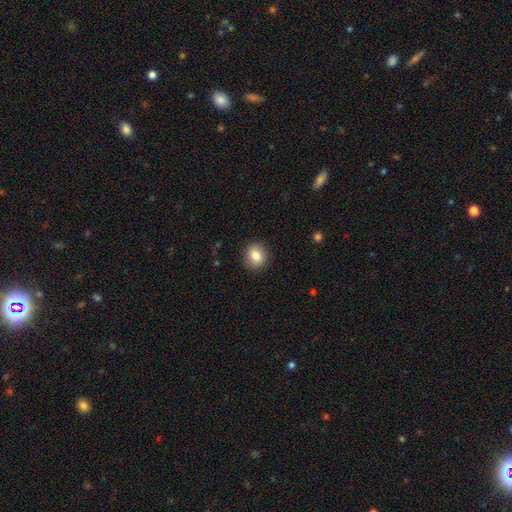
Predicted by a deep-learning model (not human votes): A smooth galaxy with no disk features (84%) that is round (74%). Merging: none (89%).